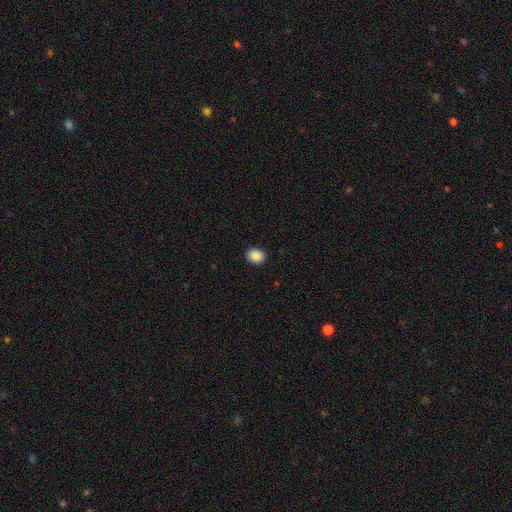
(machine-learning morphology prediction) smooth_or_featured: smooth (p=0.90) [alt: star or artifact p=0.08]
how_rounded: in between (p=0.62) [alt: round p=0.37]
merging: none (p=0.90) [alt: minor disturbance p=0.07]